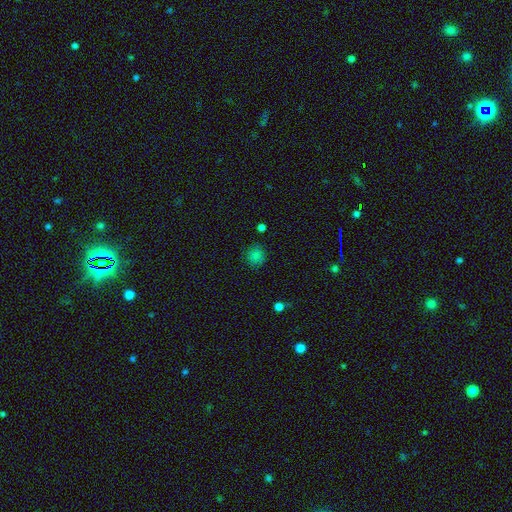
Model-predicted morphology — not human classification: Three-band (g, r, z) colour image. It shows a smooth galaxy with no disk features (81%) that is round (83%). Merging: none (84%).